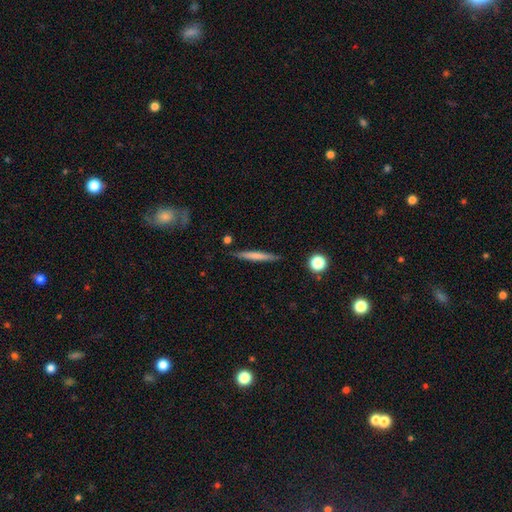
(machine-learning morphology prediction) Smooth or featured?
  - smooth: 64% *
  - featured or disk: 30%
  - star or artifact: 6%
How rounded?
  - cigar-shaped: 95% *
  - in between: 3%
  - round: 1%
Merging?
  - none: 86% *
  - minor disturbance: 10%
  - merger: 2%
  - major disturbance: 2%